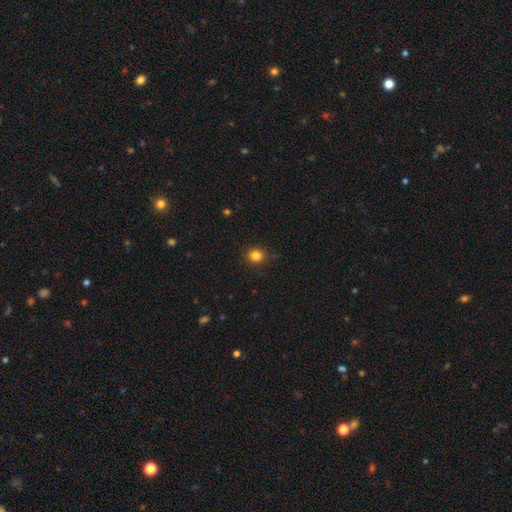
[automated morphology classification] Smooth or featured? smooth (83%)
How rounded? round (83%)
Merging? none (88%)